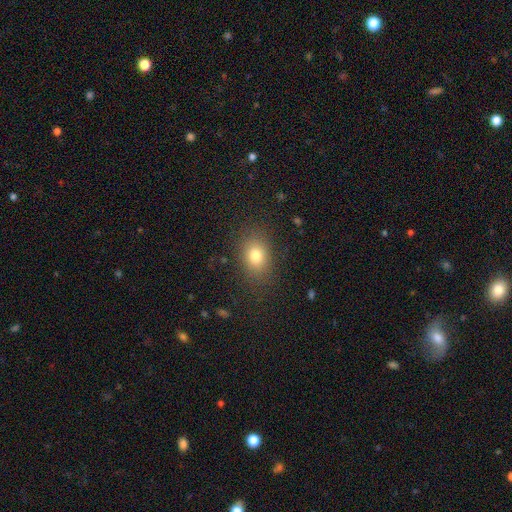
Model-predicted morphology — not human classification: Overall: smooth (78%). How rounded: in between (68%; round 31%). Merging: none (84%).